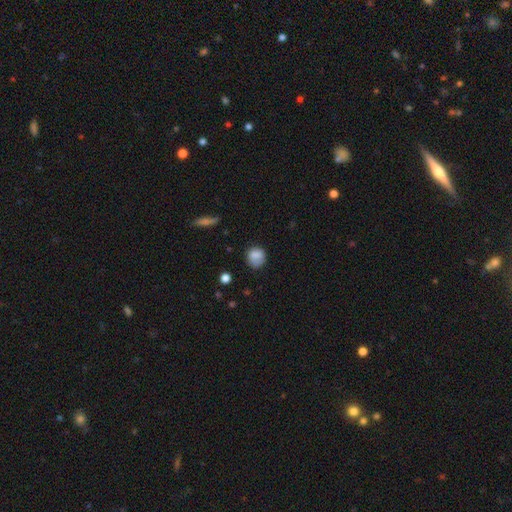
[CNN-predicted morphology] smooth 82%, featured or disk 9%, star or artifact 9%. Down the decision tree: how rounded — round (79%); merging — none (70%).